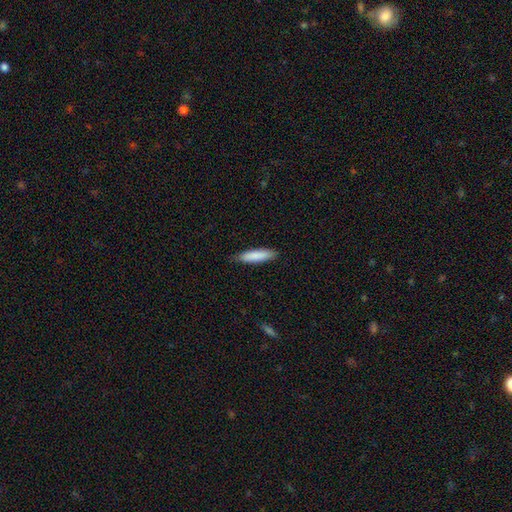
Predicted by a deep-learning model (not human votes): This is clearly a smooth galaxy (86%). How rounded: likely cigar-shaped (72%). Merging: clearly none (83%).